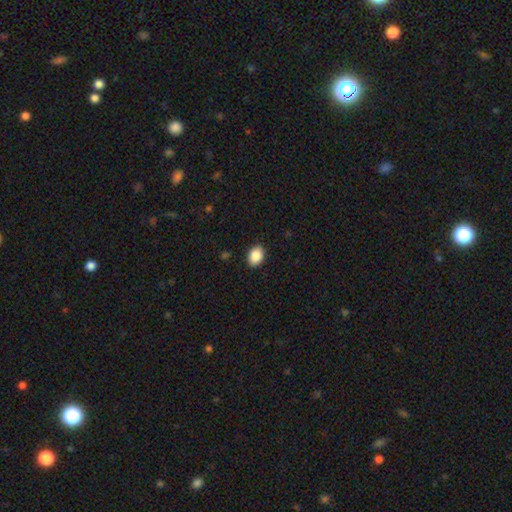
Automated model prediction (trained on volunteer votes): Smooth or featured? Predicted: smooth (p=0.89). How rounded? Predicted: in between (p=0.77). Merging? Predicted: none (p=0.89).